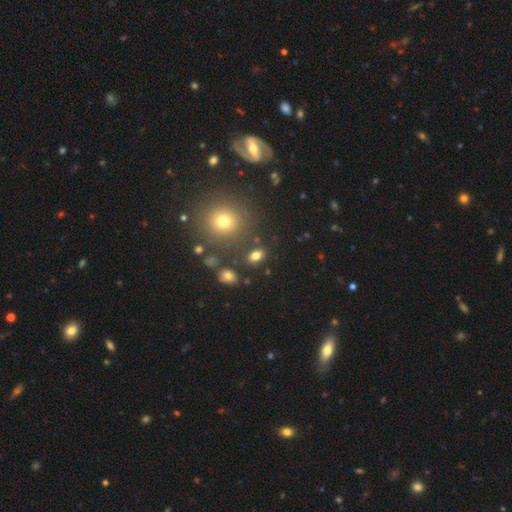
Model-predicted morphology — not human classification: smooth_or_featured: smooth (p=0.77) [alt: star or artifact p=0.15]
how_rounded: in between (p=0.78) [alt: round p=0.20]
merging: none (p=0.81) [alt: minor disturbance p=0.10]